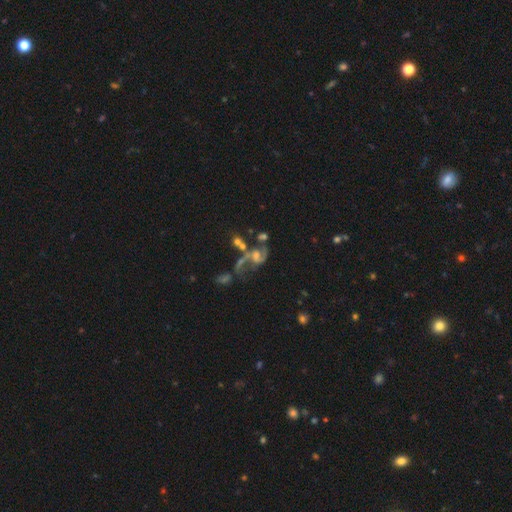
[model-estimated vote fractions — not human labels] Smooth or featured? featured or disk (72%)
Edge-on disk? no (96%)
Bar? no (51%)
Spiral arms? yes (83%)
Spiral winding? loose (63%)
Spiral arm count? 2 (76%)
Bulge size? small (38%)
Merging? merger (32%)